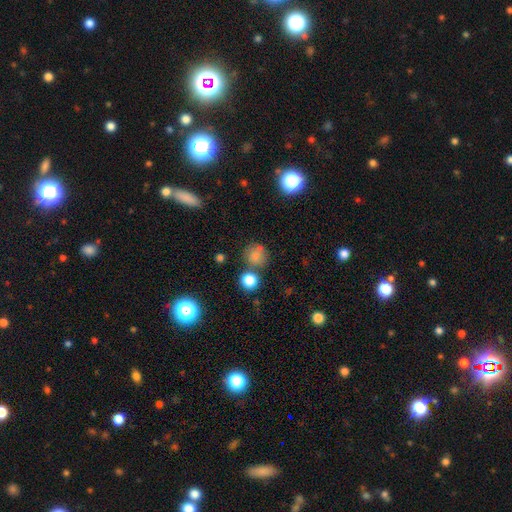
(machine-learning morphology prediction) Smooth or featured?
  - smooth: 77% *
  - star or artifact: 14%
  - featured or disk: 9%
How rounded?
  - round: 88% *
  - in between: 11%
  - cigar-shaped: 1%
Merging?
  - none: 65% *
  - merger: 17%
  - minor disturbance: 13%
  - major disturbance: 5%